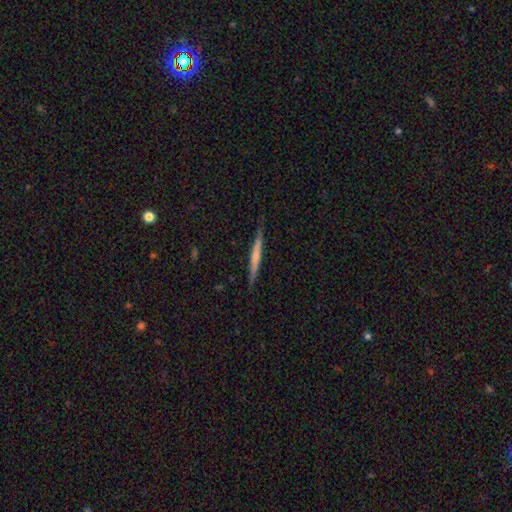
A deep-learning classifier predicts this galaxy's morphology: This is possibly a featured or disk galaxy (51%). It is clearly viewed edge-on (97%). Merging: clearly none (88%).